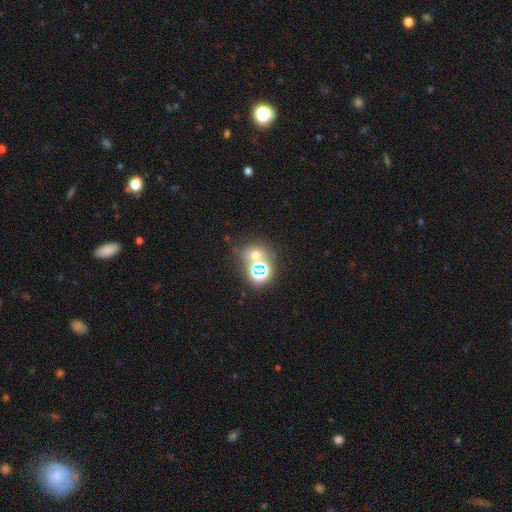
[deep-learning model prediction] A smooth galaxy with no disk features (49%). Merging: none (56%).